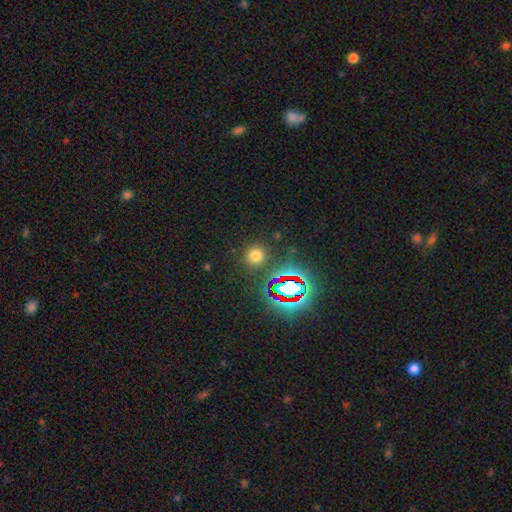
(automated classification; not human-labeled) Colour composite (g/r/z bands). It shows a smooth galaxy with no disk features (67%) that is round (92%). Merging: none (87%).